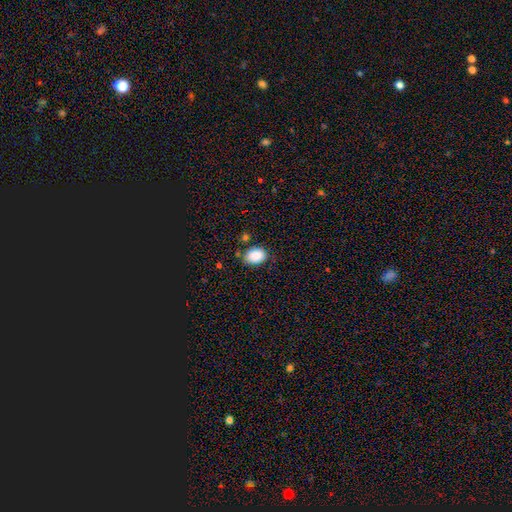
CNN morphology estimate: smooth-or-featured: smooth: 88% | star or artifact: 8% | featured or disk: 4%
  how-rounded: in between: 74% | round: 25% | cigar-shaped: 1%
  merging: none: 76% | minor disturbance: 17% | major disturbance: 4% | merger: 3%